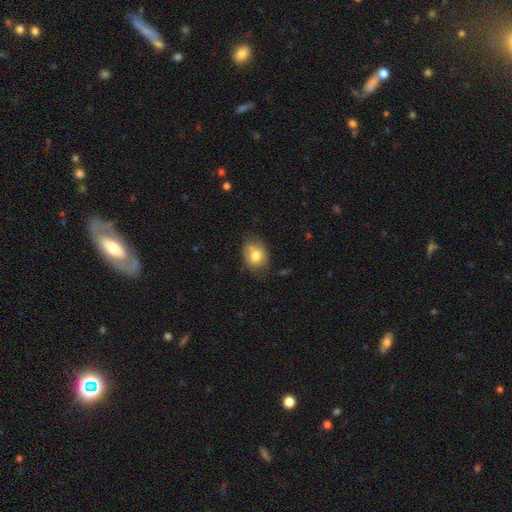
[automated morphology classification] This is likely a smooth galaxy (76%). How rounded: possibly in between (55%). Merging: likely none (62%).